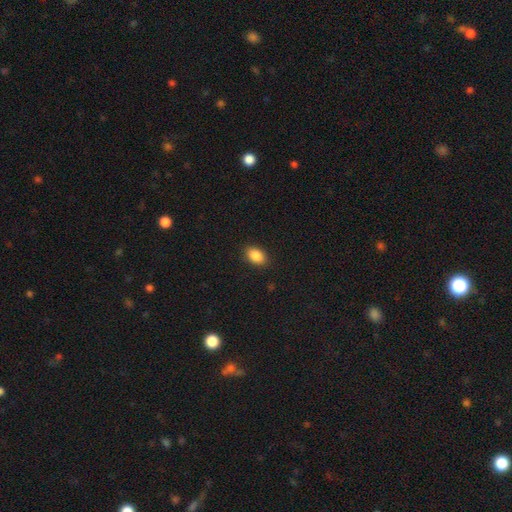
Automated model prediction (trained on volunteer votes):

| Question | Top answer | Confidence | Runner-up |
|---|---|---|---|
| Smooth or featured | smooth | 88% | star or artifact (8%) |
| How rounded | in between | 86% | round (12%) |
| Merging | none | 88% | minor disturbance (9%) |